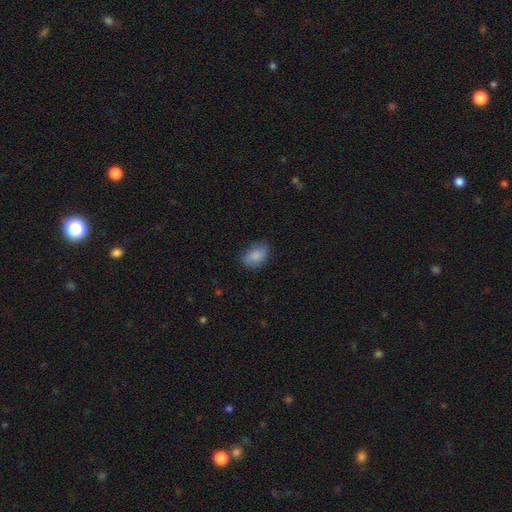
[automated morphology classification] A smooth galaxy with no disk features (80%) that is in between round and cigar-shaped (83%).

Vote fractions:
- Smooth or featured? smooth: 80% / featured or disk: 12% / star or artifact: 7%
- How rounded? in between: 83% / round: 16% / cigar-shaped: 1%
- Merging? none: 77% / minor disturbance: 17% / major disturbance: 4% / merger: 1%